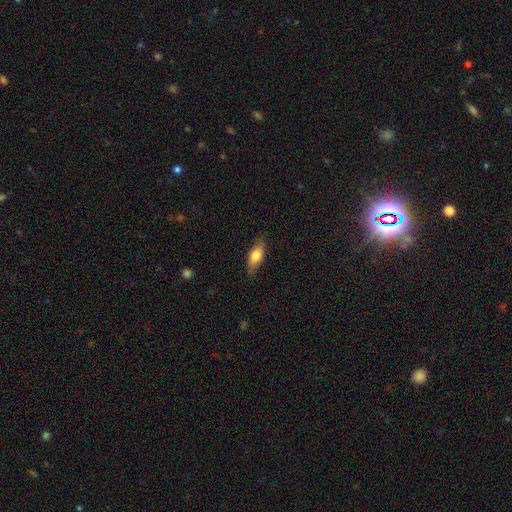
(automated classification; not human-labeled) Smooth or featured: smooth — 74% (featured or disk — 19%)
How rounded: in between — 77% (cigar-shaped — 19%)
Merging: none — 80% (minor disturbance — 15%)